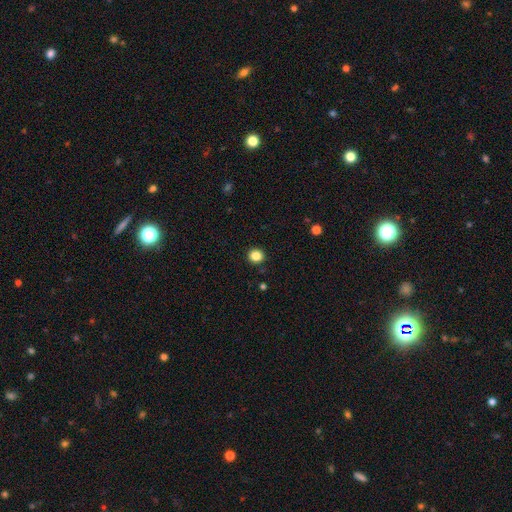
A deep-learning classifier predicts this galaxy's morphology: A smooth galaxy with no disk features (85%) that is round (91%).

Vote fractions:
- Smooth or featured? smooth: 85% / star or artifact: 11% / featured or disk: 3%
- How rounded? round: 91% / in between: 8% / cigar-shaped: 1%
- Merging? none: 92% / minor disturbance: 5% / major disturbance: 2% / merger: 1%